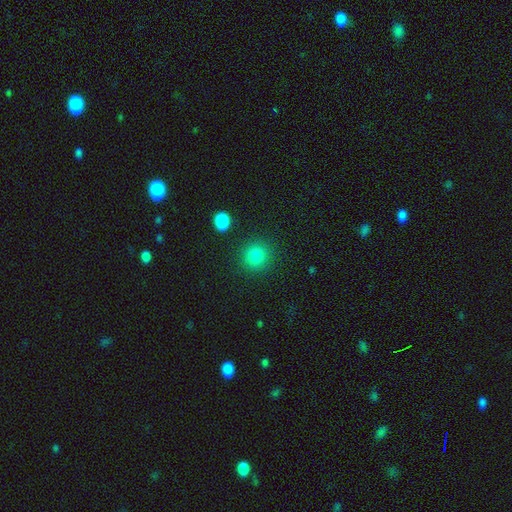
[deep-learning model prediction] smooth-or-featured: smooth: 84% | star or artifact: 12% | featured or disk: 5%
  how-rounded: round: 88% | in between: 11% | cigar-shaped: 1%
  merging: none: 87% | minor disturbance: 7% | major disturbance: 3% | merger: 3%